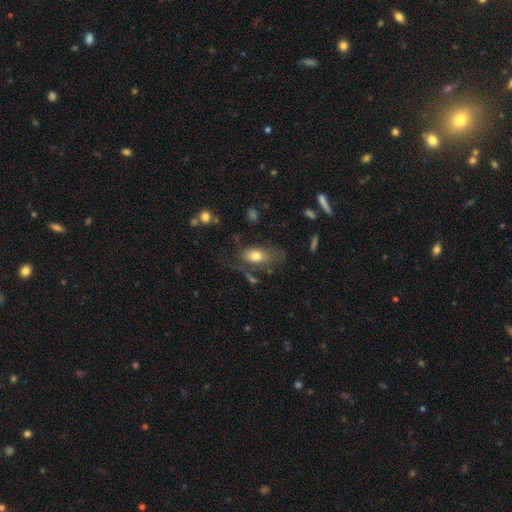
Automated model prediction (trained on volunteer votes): A smooth galaxy with no disk features (68%) that is in between round and cigar-shaped (89%). Merging: none (47%).